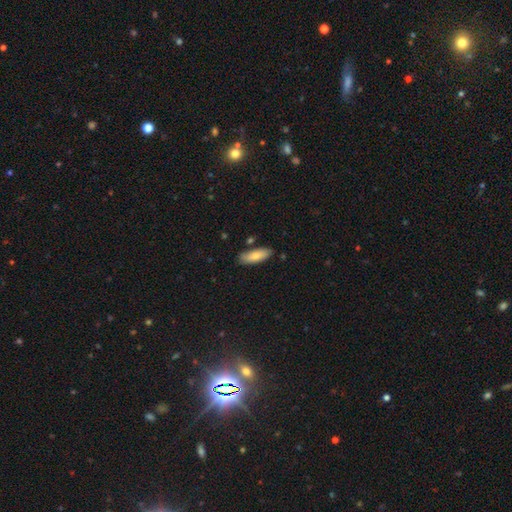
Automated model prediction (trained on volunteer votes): Smooth or featured? smooth (78%)
How rounded? in between (67%)
Merging? none (80%)